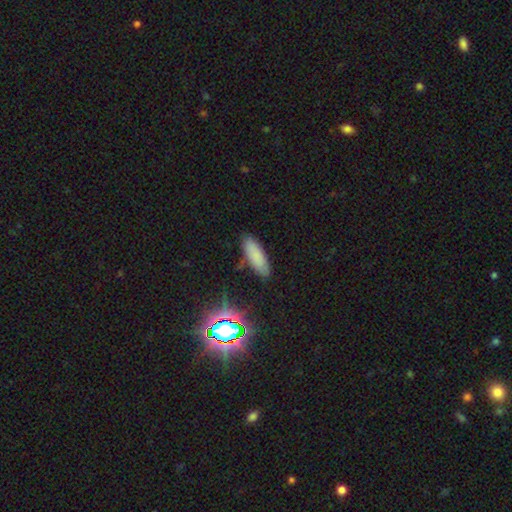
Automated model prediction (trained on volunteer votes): This is likely a smooth galaxy (77%). How rounded: possibly in between (56%). Merging: clearly none (84%).